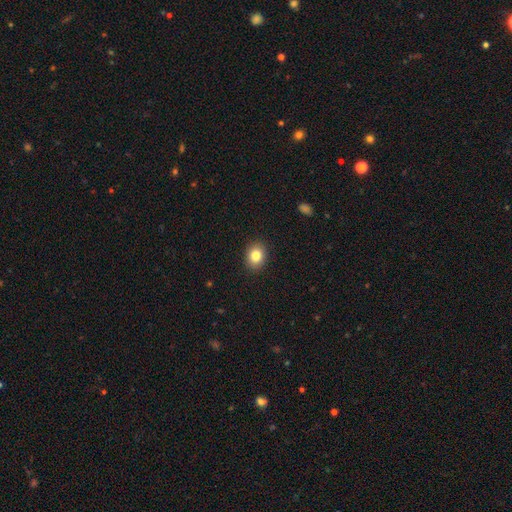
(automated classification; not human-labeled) This is clearly a smooth galaxy (83%). How rounded: possibly round (51%). Merging: clearly none (90%).